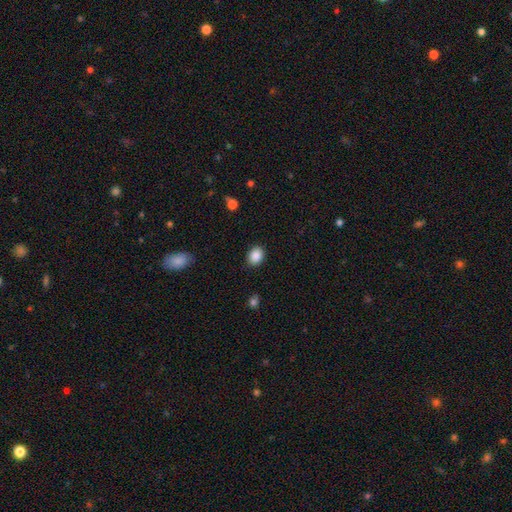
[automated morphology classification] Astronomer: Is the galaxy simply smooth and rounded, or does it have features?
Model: smooth — 88%.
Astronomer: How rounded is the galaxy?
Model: in between — 63%.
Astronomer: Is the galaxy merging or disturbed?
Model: none — 87%.